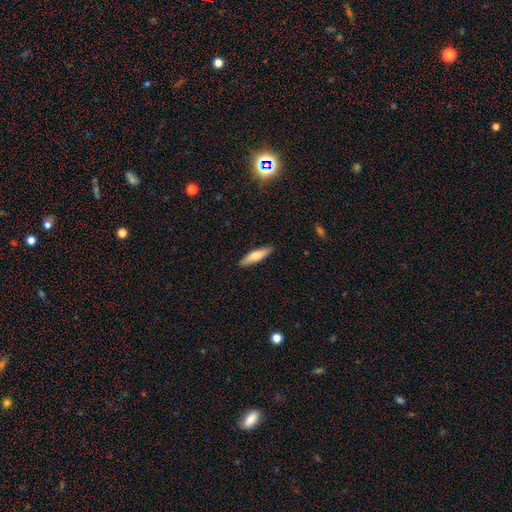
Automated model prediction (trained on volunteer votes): Morphology: type=smooth (70%); roundness=cigar-shaped (70%); merging=none (89%).